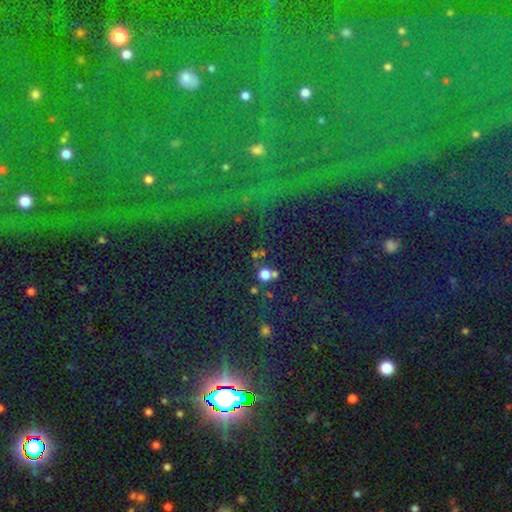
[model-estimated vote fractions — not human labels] A star or artifact, not a galaxy (63%).

Vote fractions:
- Smooth or featured? star or artifact: 63% / smooth: 25% / featured or disk: 11%